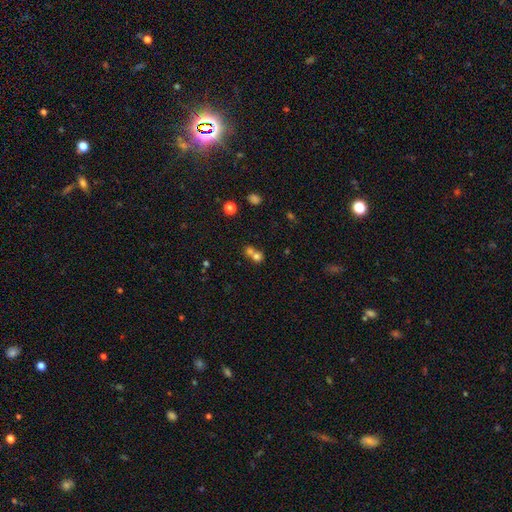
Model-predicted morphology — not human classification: type=smooth (71%); roundness=round (77%); merging=merger (59%).